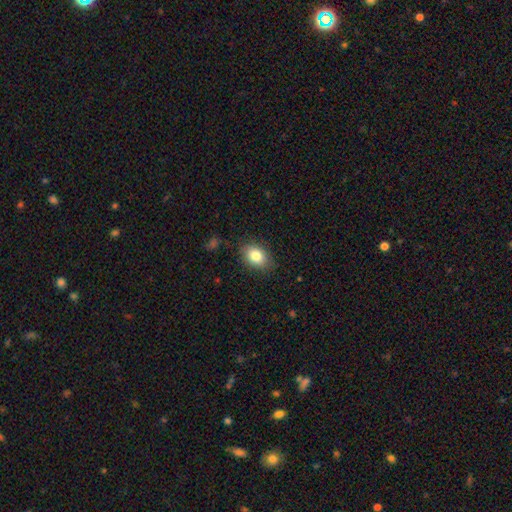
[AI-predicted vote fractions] Smooth or featured? Predicted: smooth (p=0.83). How rounded? Predicted: in between (p=0.77). Merging? Predicted: none (p=0.83).